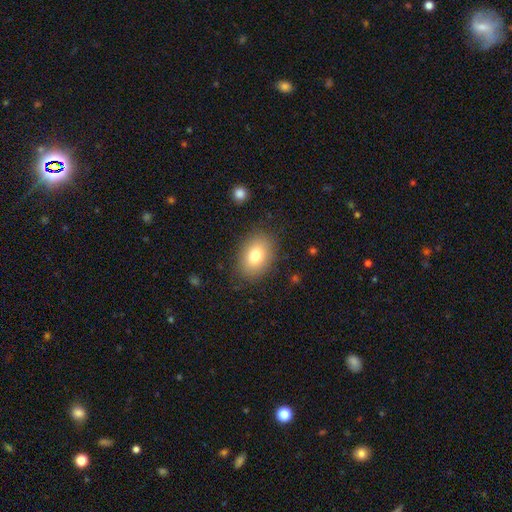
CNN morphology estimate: type=smooth (78%); roundness=in between (75%); merging=none (85%).